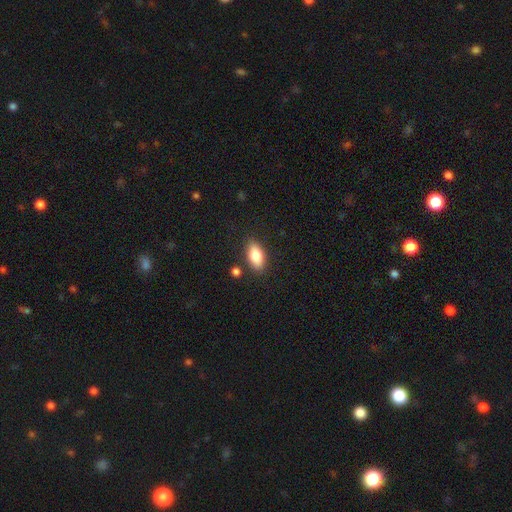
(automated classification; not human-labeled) Smooth or featured? smooth (82%)
How rounded? in between (87%)
Merging? none (82%)